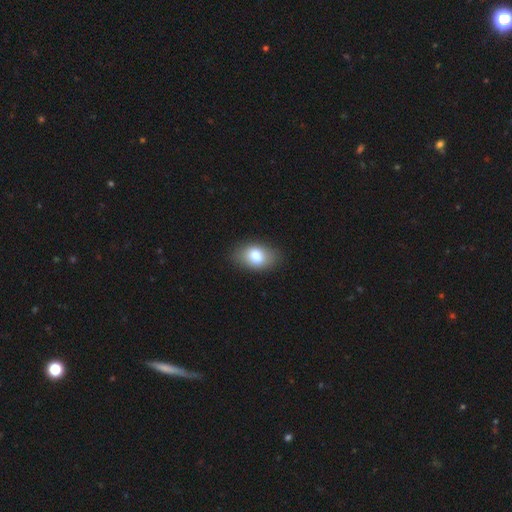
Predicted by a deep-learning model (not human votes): This appears to be a smooth galaxy with no disk features (79%) that is in between round and cigar-shaped (88%). Merging: none (82%).